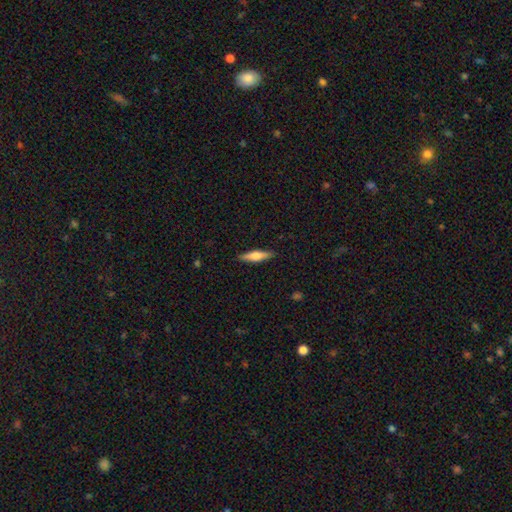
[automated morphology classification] Smooth or featured? smooth (54%)
How rounded? cigar-shaped (74%)
Merging? none (89%)